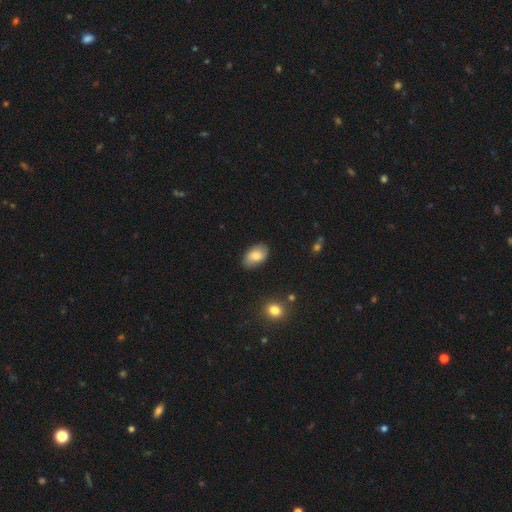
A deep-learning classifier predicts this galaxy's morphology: smooth_or_featured: smooth (p=0.78) [alt: featured or disk p=0.15]
how_rounded: in between (p=0.91) [alt: round p=0.08]
merging: none (p=0.78) [alt: minor disturbance p=0.17]